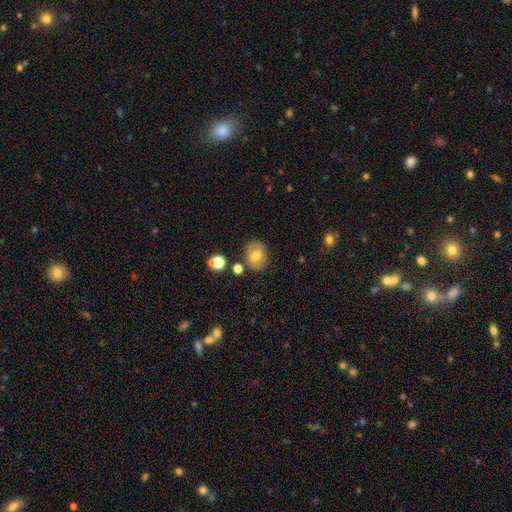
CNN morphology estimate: smooth 68%, featured or disk 22%, star or artifact 11%. Down the decision tree: how rounded — in between (52%); merging — none (79%).